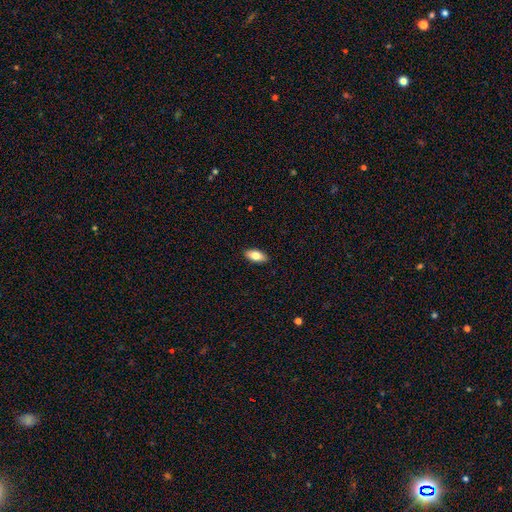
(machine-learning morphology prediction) A smooth galaxy with no disk features (78%) that is in between round and cigar-shaped (89%).

Vote fractions:
- Smooth or featured? smooth: 78% / featured or disk: 16% / star or artifact: 6%
- How rounded? in between: 89% / cigar-shaped: 8% / round: 3%
- Merging? none: 90% / minor disturbance: 7% / major disturbance: 2% / merger: 1%